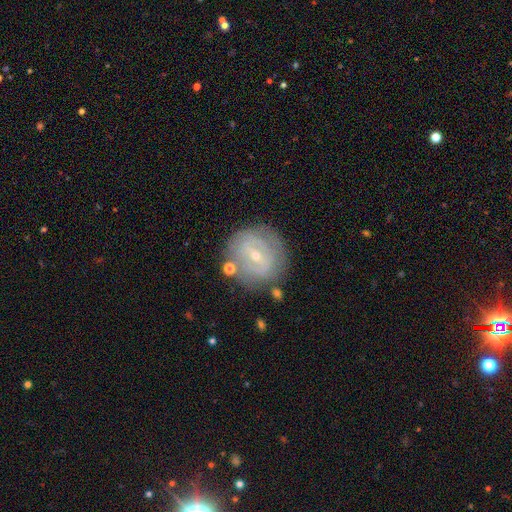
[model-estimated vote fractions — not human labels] A featured or disk galaxy (66%) with a weak bar (48%), spiral arms (60%) and a small central bulge (70%).

Vote fractions:
- Smooth or featured? featured or disk: 66% / smooth: 26% / star or artifact: 8%
- Edge-on disk? no: 95% / yes: 5%
- Bar? weak: 48% / no: 30% / strong: 23%
- Spiral arms? yes: 60% / no: 40%
- Bulge size? small: 70% / moderate: 27% / large: 1% / none: 1% / dominant: 1%
- Merging? none: 76% / minor disturbance: 15% / major disturbance: 6% / merger: 4%